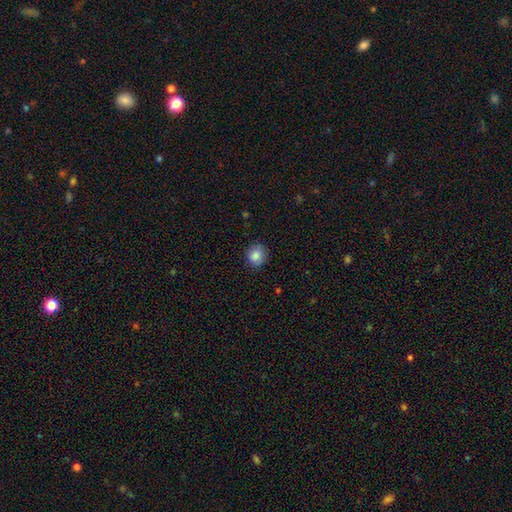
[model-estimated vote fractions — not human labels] Smooth or featured?
  - smooth: 85% *
  - star or artifact: 9%
  - featured or disk: 5%
How rounded?
  - round: 75% *
  - in between: 24%
  - cigar-shaped: 1%
Merging?
  - none: 86% *
  - minor disturbance: 11%
  - major disturbance: 2%
  - merger: 1%